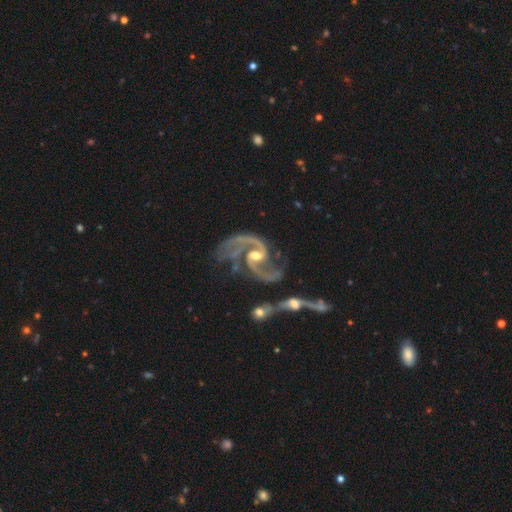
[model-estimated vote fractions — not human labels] Smooth or featured? Predicted: featured or disk (p=0.93). Edge-on disk? Predicted: no (p=0.98). Bar? Predicted: weak (p=0.48). Spiral arms? Predicted: yes (p=0.98). Spiral winding? Predicted: medium (p=0.49). Spiral arm count? Predicted: 2 (p=0.91). Bulge size? Predicted: moderate (p=0.60). Merging? Predicted: none (p=0.46).